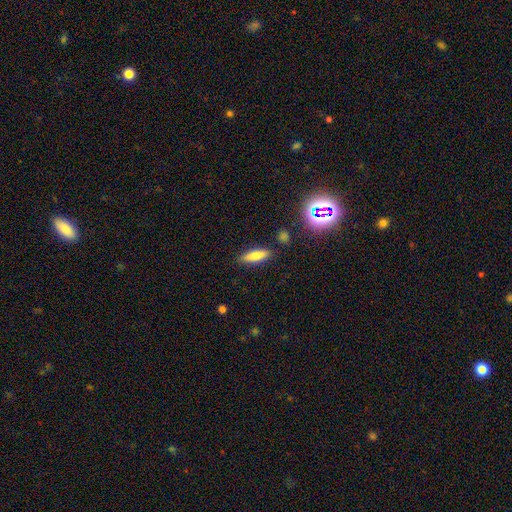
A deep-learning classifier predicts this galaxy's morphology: smooth 76%, featured or disk 14%, star or artifact 10%. Down the decision tree: how rounded — cigar-shaped (55%); merging — none (86%).